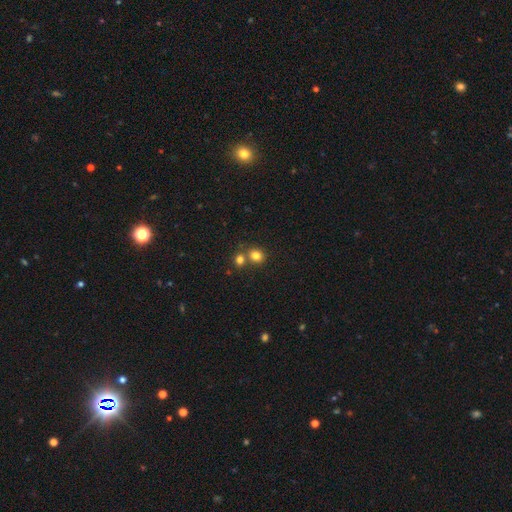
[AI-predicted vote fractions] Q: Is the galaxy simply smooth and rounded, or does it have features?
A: smooth — 80%.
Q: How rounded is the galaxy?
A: round — 79%.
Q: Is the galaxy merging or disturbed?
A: none — 55%.